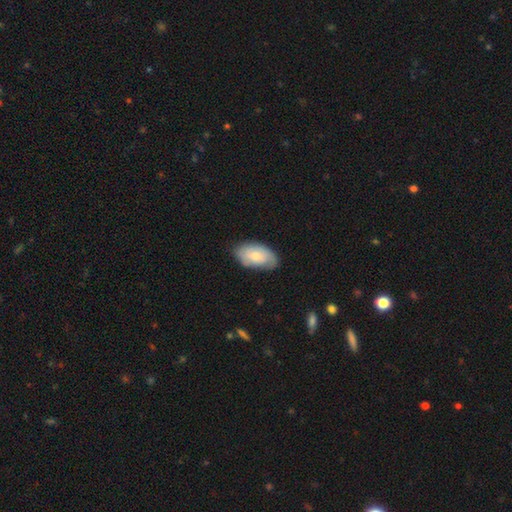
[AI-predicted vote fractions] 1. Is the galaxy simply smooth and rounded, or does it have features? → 65% smooth, 30% featured or disk, 5% star or artifact.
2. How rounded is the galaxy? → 94% in between, 4% round, 2% cigar-shaped.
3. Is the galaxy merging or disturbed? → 71% none, 24% minor disturbance, 4% major disturbance, 1% merger.